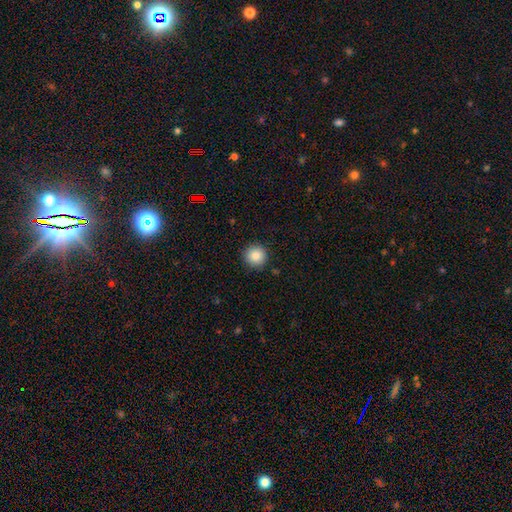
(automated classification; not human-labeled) The model was most divided on "smooth or featured": smooth: 86%, star or artifact: 9%, featured or disk: 5%. More confident: how rounded — round (95%); merging — none (91%).